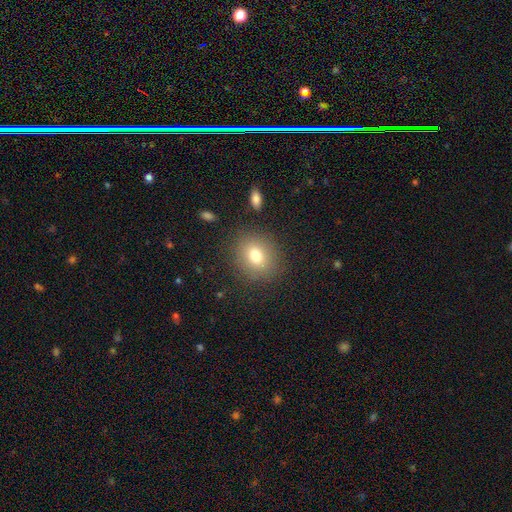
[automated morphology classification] Q: Smooth or featured?
A: smooth (76%); runner-up: star or artifact (12%)
Q: How rounded?
A: round (71%); runner-up: in between (28%)
Q: Merging?
A: none (86%); runner-up: minor disturbance (9%)